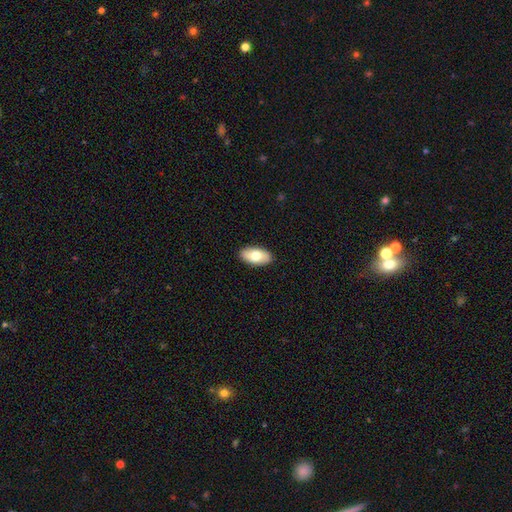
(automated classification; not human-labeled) A smooth galaxy with no disk features (72%) that is in between round and cigar-shaped (94%). Merging: none (90%).